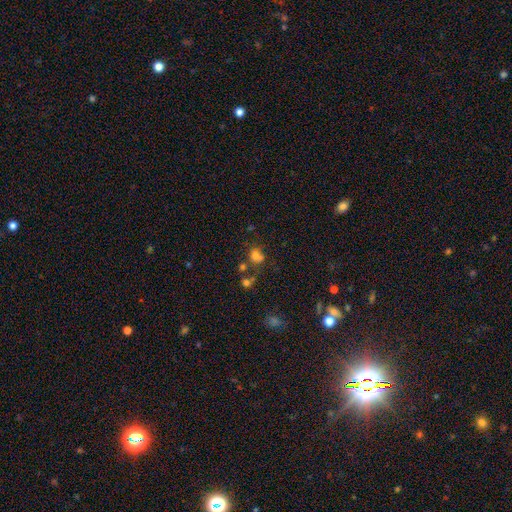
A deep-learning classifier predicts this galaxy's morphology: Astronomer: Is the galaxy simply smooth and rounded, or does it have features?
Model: smooth — 68%.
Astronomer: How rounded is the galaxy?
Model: round — 68%.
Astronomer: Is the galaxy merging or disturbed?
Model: none — 48% (runner-up: merger, 25%).